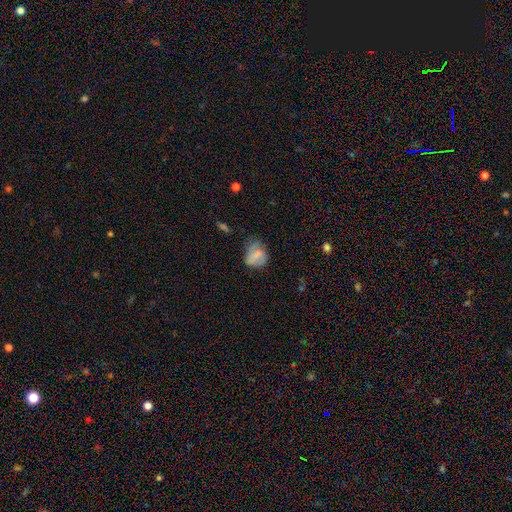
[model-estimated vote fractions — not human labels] A smooth galaxy with no disk features (66%) that is round (52%). Merging: none (43%).